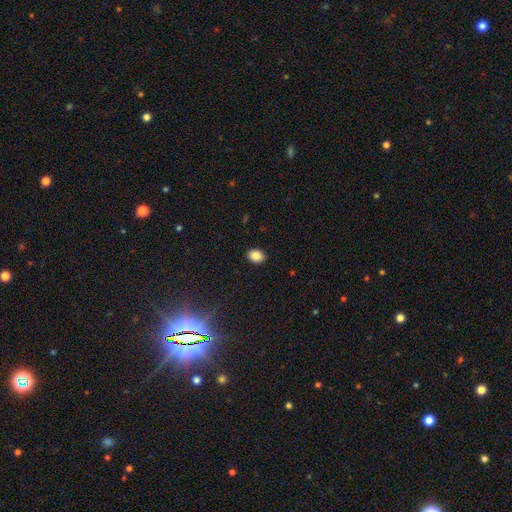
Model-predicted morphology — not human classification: Smooth or featured? Predicted: smooth (p=0.86). How rounded? Predicted: in between (p=0.65). Merging? Predicted: none (p=0.90).